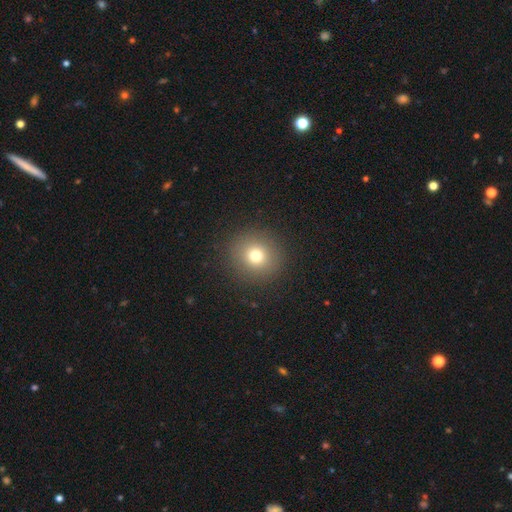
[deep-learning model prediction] A smooth galaxy with no disk features (74%) that is round (92%).

Vote fractions:
- Smooth or featured? smooth: 74% / star or artifact: 15% / featured or disk: 11%
- How rounded? round: 92% / in between: 7% / cigar-shaped: 1%
- Merging? none: 90% / minor disturbance: 6% / major disturbance: 3% / merger: 1%